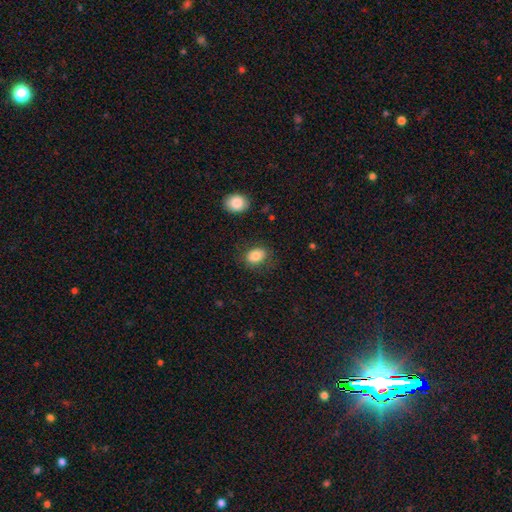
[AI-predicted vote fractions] smooth_or_featured: smooth (p=0.82) [alt: featured or disk p=0.10]
how_rounded: in between (p=0.68) [alt: round p=0.31]
merging: none (p=0.77) [alt: minor disturbance p=0.15]